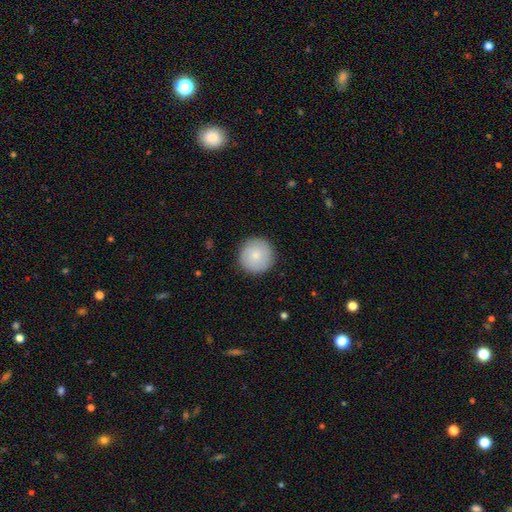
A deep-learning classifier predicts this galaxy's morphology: Overall: smooth (81%). How rounded: round (96%). Merging: none (90%).